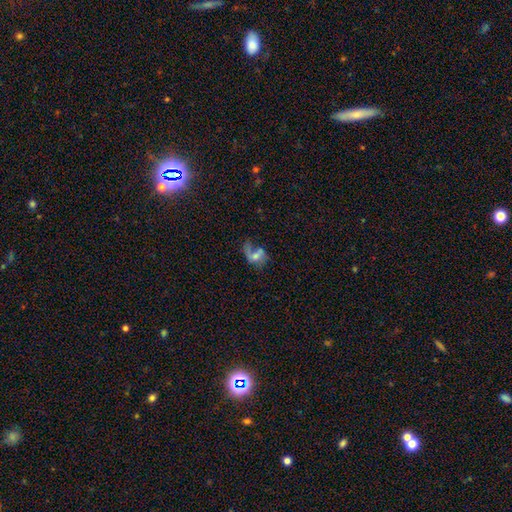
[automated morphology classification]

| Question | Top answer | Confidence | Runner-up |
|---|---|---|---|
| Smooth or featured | featured or disk | 53% | smooth (34%) |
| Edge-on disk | no | 96% | yes (4%) |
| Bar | no | 54% | weak (35%) |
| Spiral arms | yes | 66% | no (34%) |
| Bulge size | moderate | 45% | small (31%) |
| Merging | major disturbance | 35% | none (27%) |